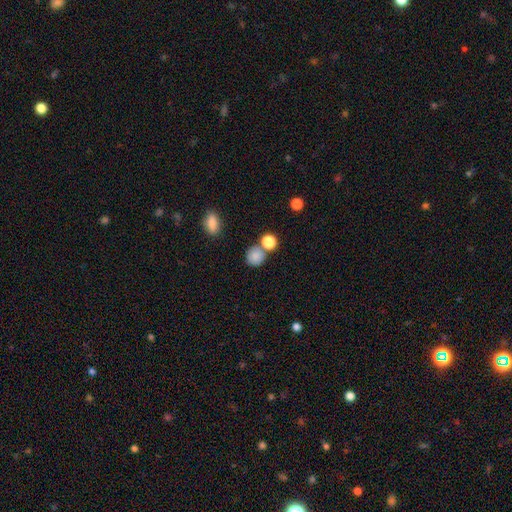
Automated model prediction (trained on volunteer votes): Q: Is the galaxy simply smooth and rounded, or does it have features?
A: smooth — 83%.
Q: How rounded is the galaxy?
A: round — 82%.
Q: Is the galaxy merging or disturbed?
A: none — 64%.